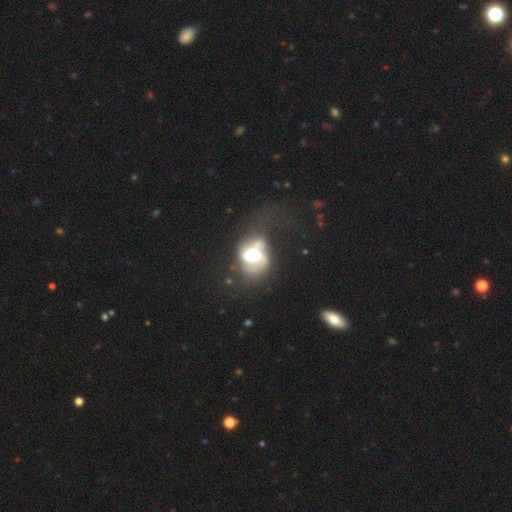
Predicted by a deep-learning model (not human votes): smooth-or-featured: featured or disk: 58% | smooth: 31% | star or artifact: 11%
  disk-edge-on: no: 95% | yes: 5%
    bar: no: 41% | weak: 30% | strong: 28%
    has-spiral-arms: no: 59% | yes: 41%
    bulge-size: large: 43% | moderate: 37% | dominant: 12% | small: 5% | none: 4%
  merging: major disturbance: 32% | merger: 31% | none: 21% | minor disturbance: 16%